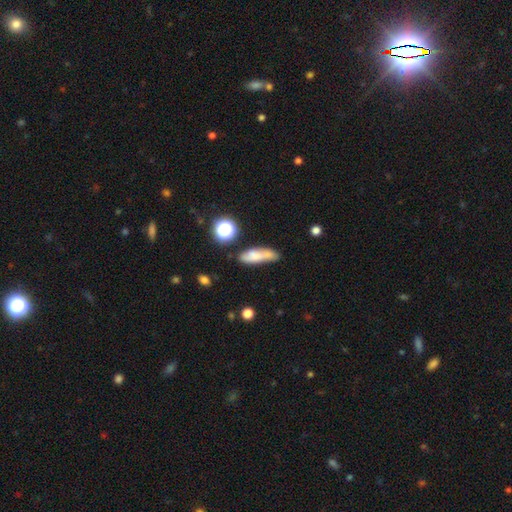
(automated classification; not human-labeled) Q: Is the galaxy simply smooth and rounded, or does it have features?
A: smooth — 67%.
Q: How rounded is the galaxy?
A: cigar-shaped — 52%.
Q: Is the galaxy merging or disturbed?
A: none — 53%.